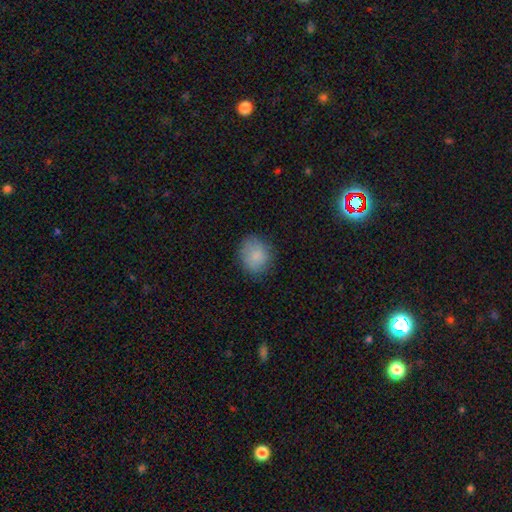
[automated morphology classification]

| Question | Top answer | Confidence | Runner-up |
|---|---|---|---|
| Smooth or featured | smooth | 82% | featured or disk (10%) |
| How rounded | round | 66% | in between (33%) |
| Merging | none | 75% | minor disturbance (19%) |